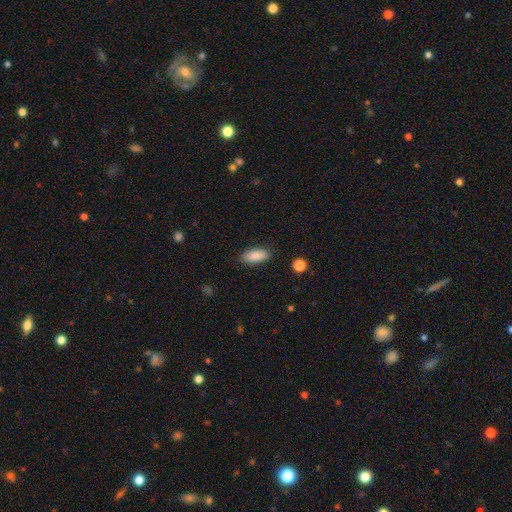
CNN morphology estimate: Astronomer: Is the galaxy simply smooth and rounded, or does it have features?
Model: smooth — 88%.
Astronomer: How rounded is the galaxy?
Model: in between — 80%.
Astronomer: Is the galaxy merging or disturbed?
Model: none — 87%.